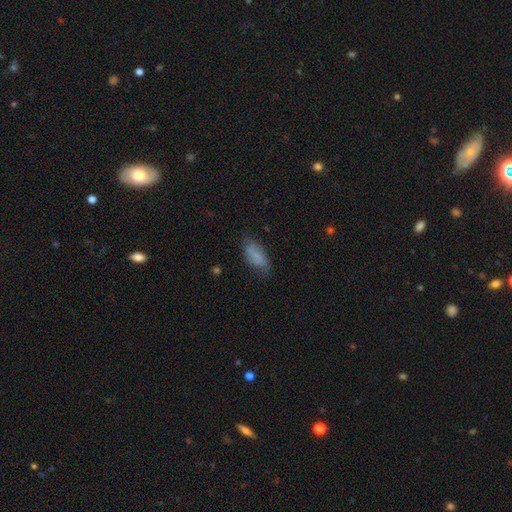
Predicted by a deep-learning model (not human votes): Smooth or featured?
  - smooth: 68% *
  - featured or disk: 24%
  - star or artifact: 9%
How rounded?
  - in between: 84% *
  - cigar-shaped: 13%
  - round: 3%
Merging?
  - none: 57% *
  - minor disturbance: 29%
  - major disturbance: 12%
  - merger: 2%